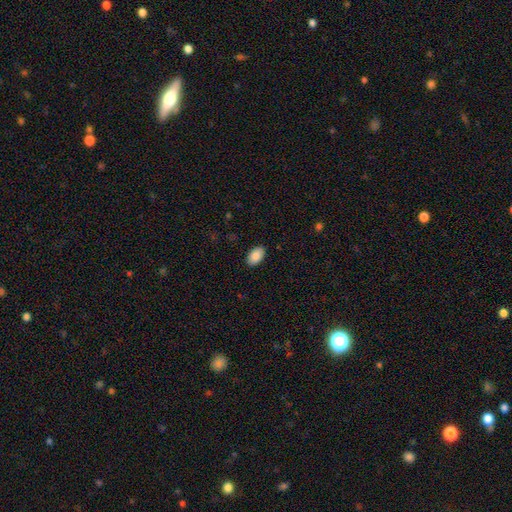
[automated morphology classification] Smooth or featured? Predicted: smooth (p=0.87). How rounded? Predicted: in between (p=0.94). Merging? Predicted: none (p=0.89).